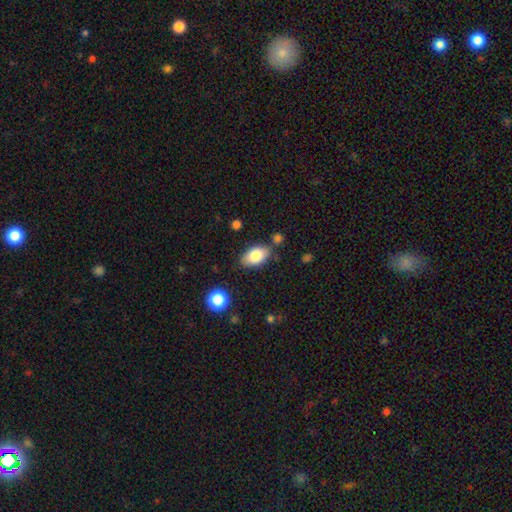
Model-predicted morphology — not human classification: Smooth or featured?
  - smooth: 82% *
  - featured or disk: 11%
  - star or artifact: 7%
How rounded?
  - in between: 92% *
  - round: 6%
  - cigar-shaped: 2%
Merging?
  - none: 79% *
  - minor disturbance: 13%
  - merger: 5%
  - major disturbance: 3%